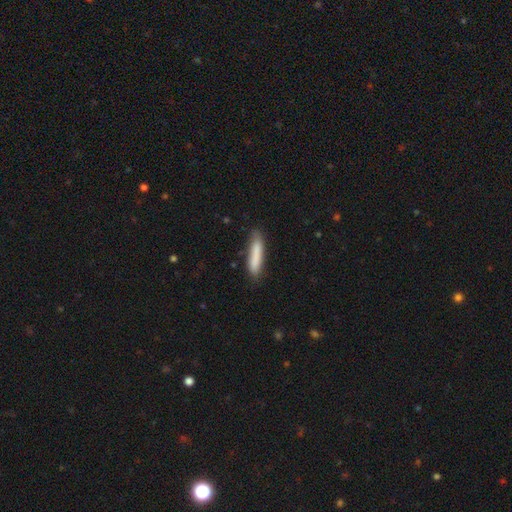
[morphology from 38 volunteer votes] This appears to be a smooth galaxy with no disk features (95%) that is cigar-shaped (92%). Merging: none (89%).